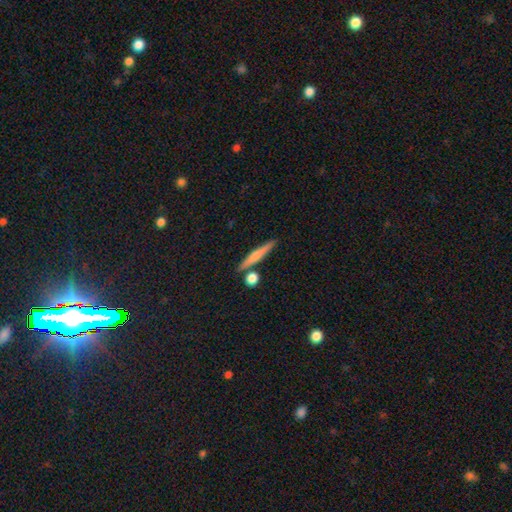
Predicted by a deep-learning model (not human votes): smooth-or-featured: smooth: 58% | featured or disk: 36% | star or artifact: 6%
  how-rounded: cigar-shaped: 88% | in between: 7% | round: 5%
  merging: none: 80% | merger: 9% | minor disturbance: 8% | major disturbance: 2%